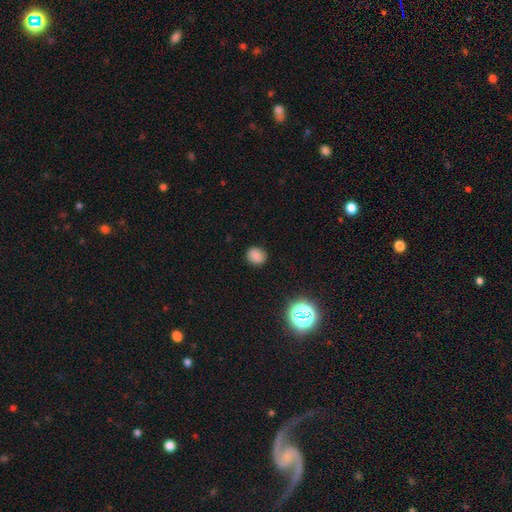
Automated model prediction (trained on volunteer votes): Smooth or featured? Predicted: smooth (p=0.81). How rounded? Predicted: round (p=0.76). Merging? Predicted: none (p=0.87).